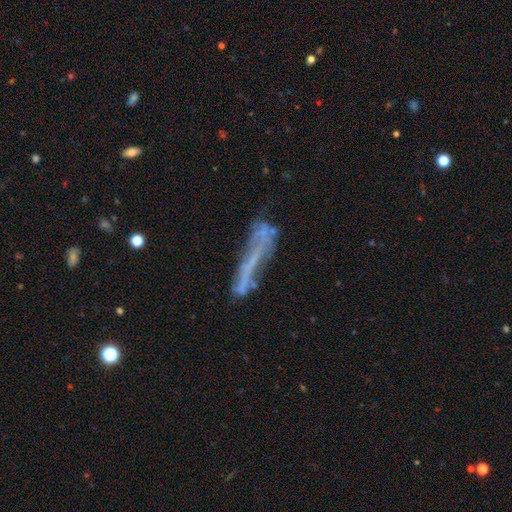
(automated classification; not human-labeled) Overall: featured or disk (49%; smooth 36%). Merging: none (47%; minor disturbance 21%).